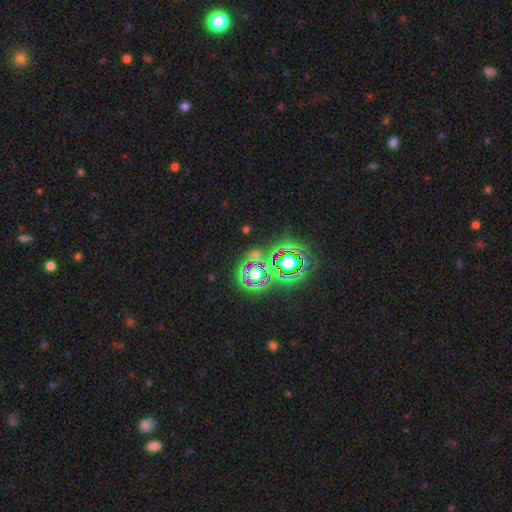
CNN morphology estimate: type=star or artifact (66%).